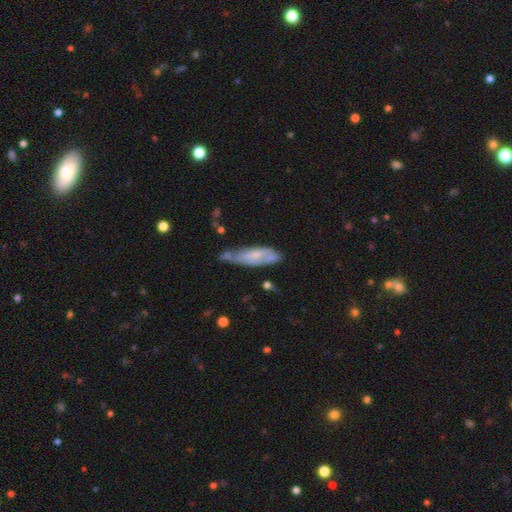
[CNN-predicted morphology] Smooth or featured: smooth — 47% (featured or disk — 46%)
Merging: none — 41% (minor disturbance — 34%)